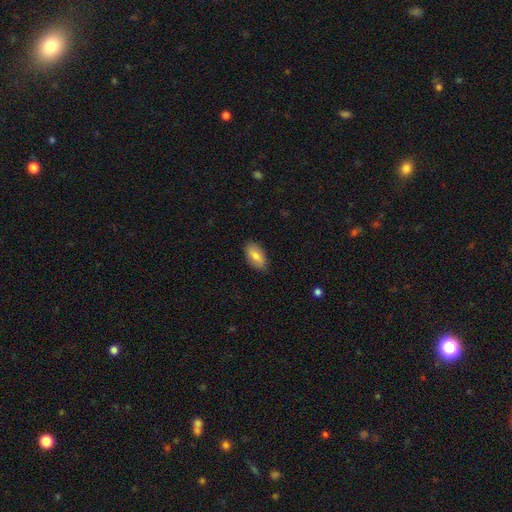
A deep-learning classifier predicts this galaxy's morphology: Smooth or featured: smooth — 80% (featured or disk — 14%)
How rounded: in between — 93% (cigar-shaped — 4%)
Merging: none — 86% (minor disturbance — 11%)